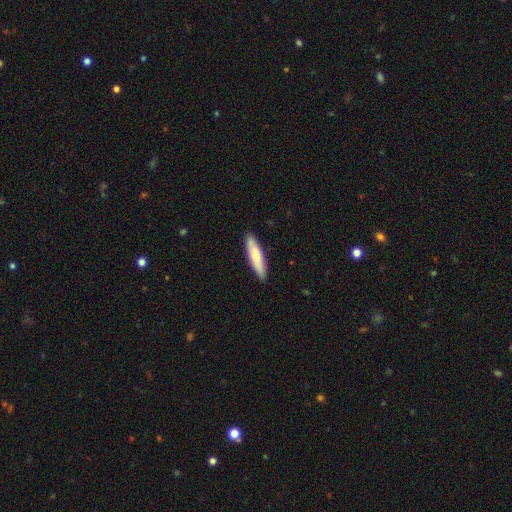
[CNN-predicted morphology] Overall: smooth (71%). How rounded: cigar-shaped (78%). Merging: none (88%).